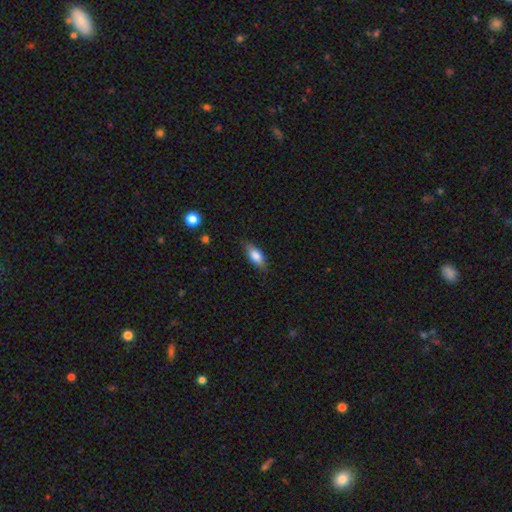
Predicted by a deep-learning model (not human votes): smooth-or-featured: smooth: 78% | featured or disk: 15% | star or artifact: 7%
  how-rounded: in between: 81% | cigar-shaped: 16% | round: 3%
  merging: none: 78% | minor disturbance: 17% | major disturbance: 3% | merger: 1%